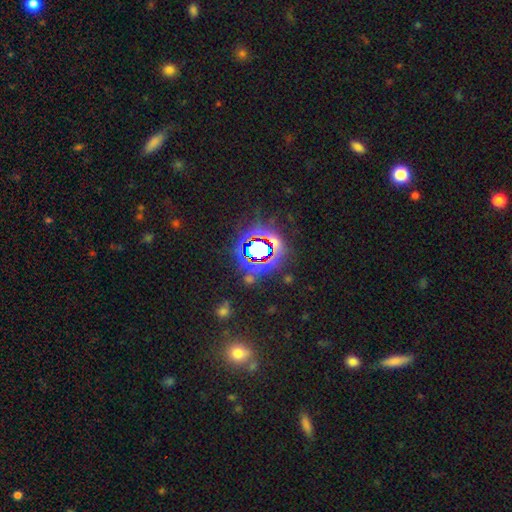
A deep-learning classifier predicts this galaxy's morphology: Smooth or featured?
  - star or artifact: 78% *
  - smooth: 14%
  - featured or disk: 9%